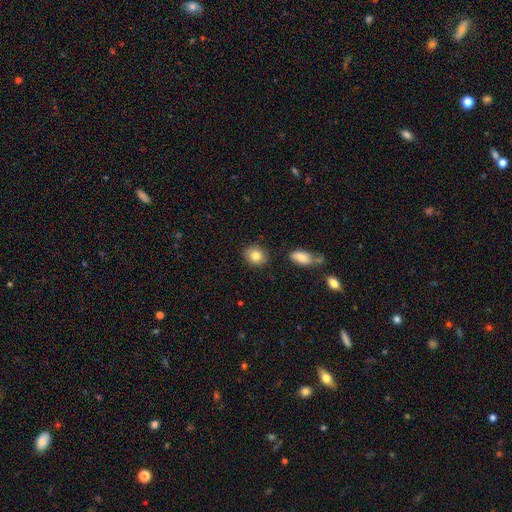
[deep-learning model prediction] The model was most divided on "how rounded": round: 64%, in between: 35%, cigar-shaped: 1%. More confident: merging — none (86%); smooth or featured — smooth (83%).